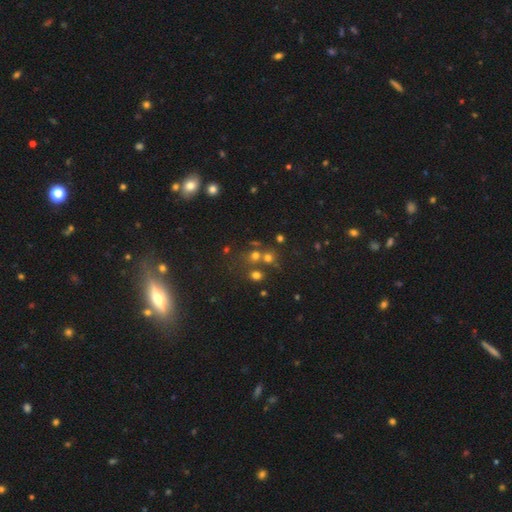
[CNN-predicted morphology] smooth 55%, star or artifact 33%, featured or disk 12%. Down the decision tree: how rounded — round (84%); merging — none (57%).